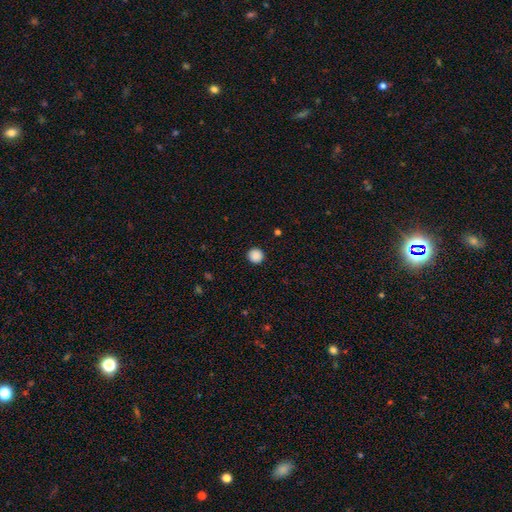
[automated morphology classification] A smooth galaxy with no disk features (88%) that is round (95%). Merging: none (93%).